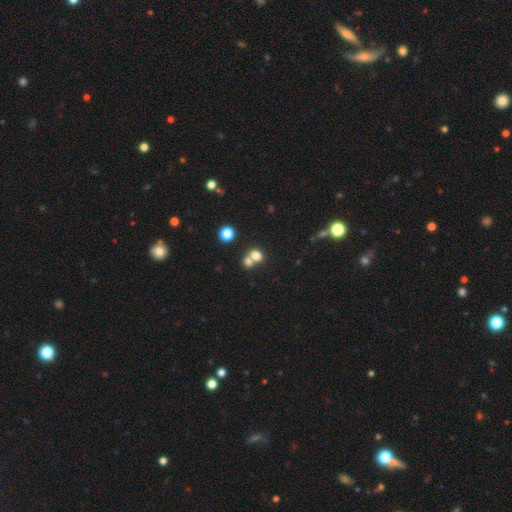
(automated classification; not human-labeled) Smooth or featured: smooth — 74% (star or artifact — 14%)
How rounded: round — 63% (in between — 36%)
Merging: merger — 54% (none — 36%)